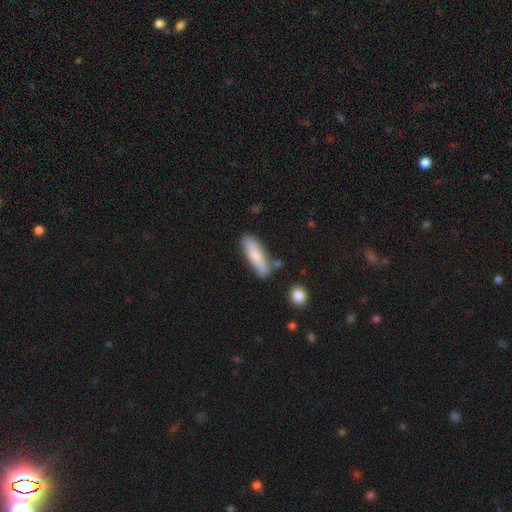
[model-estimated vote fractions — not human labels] Smooth or featured? Predicted: smooth (p=0.73). How rounded? Predicted: cigar-shaped (p=0.60). Merging? Predicted: none (p=0.74).